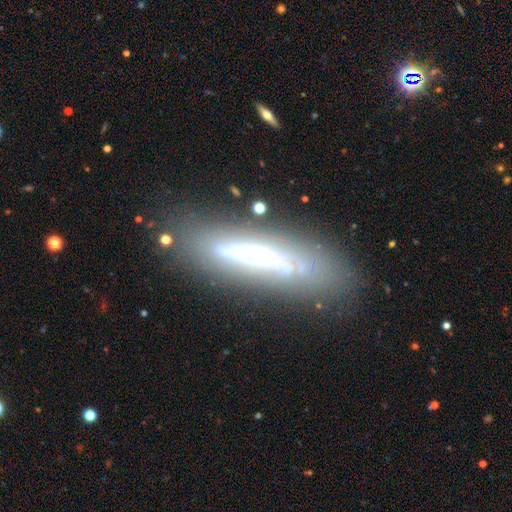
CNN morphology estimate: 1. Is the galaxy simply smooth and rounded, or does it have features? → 60% featured or disk, 28% smooth, 12% star or artifact.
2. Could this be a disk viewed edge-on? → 69% yes, 31% no.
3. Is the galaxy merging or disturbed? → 73% none, 16% minor disturbance, 7% major disturbance, 4% merger.